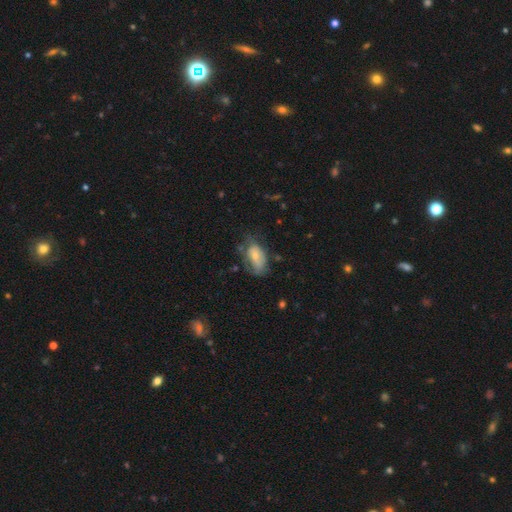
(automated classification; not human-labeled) Smooth or featured? Predicted: smooth (p=0.64). How rounded? Predicted: in between (p=0.91). Merging? Predicted: none (p=0.40).